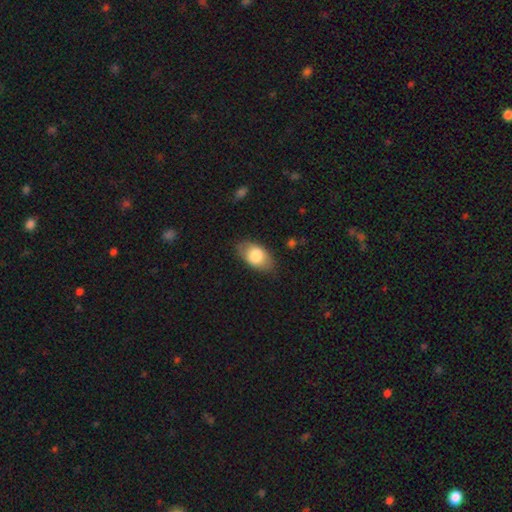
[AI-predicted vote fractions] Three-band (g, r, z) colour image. It shows a smooth galaxy with no disk features (76%) that is in between round and cigar-shaped (92%). Merging: none (80%).